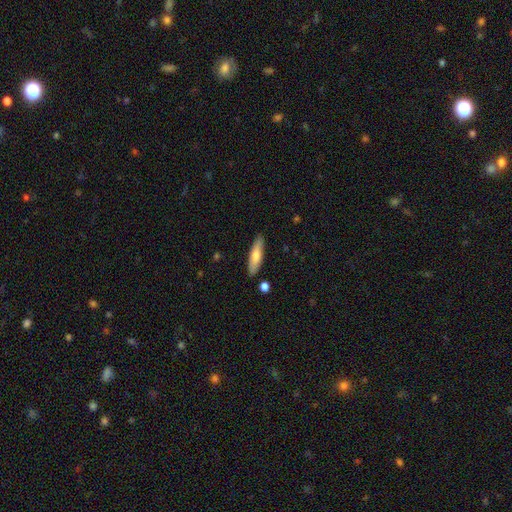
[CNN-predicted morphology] Smooth or featured? smooth (68%)
How rounded? cigar-shaped (64%)
Merging? none (86%)